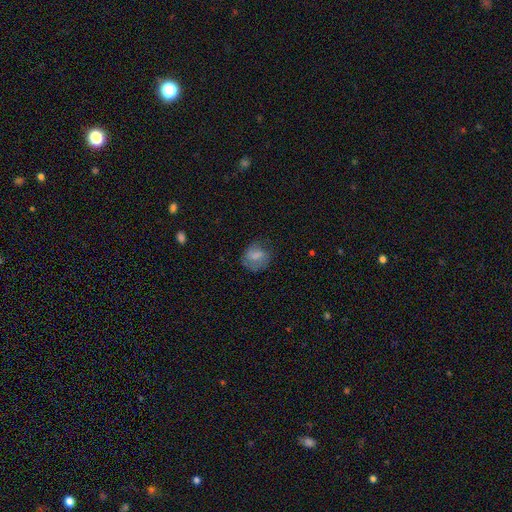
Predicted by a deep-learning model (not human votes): A smooth galaxy with no disk features (61%) that is round (59%).

Vote fractions:
- Smooth or featured? smooth: 61% / featured or disk: 30% / star or artifact: 9%
- How rounded? round: 59% / in between: 39% / cigar-shaped: 2%
- Merging? none: 60% / minor disturbance: 24% / major disturbance: 14% / merger: 2%